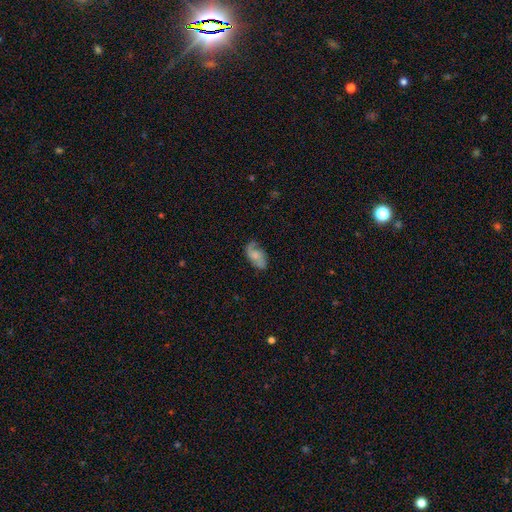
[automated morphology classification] Smooth or featured? featured or disk (48%)
Merging? none (60%)